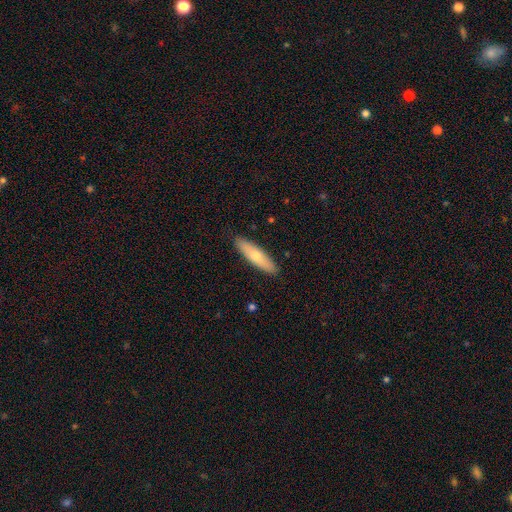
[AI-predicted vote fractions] smooth 62%, featured or disk 32%, star or artifact 6%. Down the decision tree: how rounded — cigar-shaped (68%); merging — none (90%).